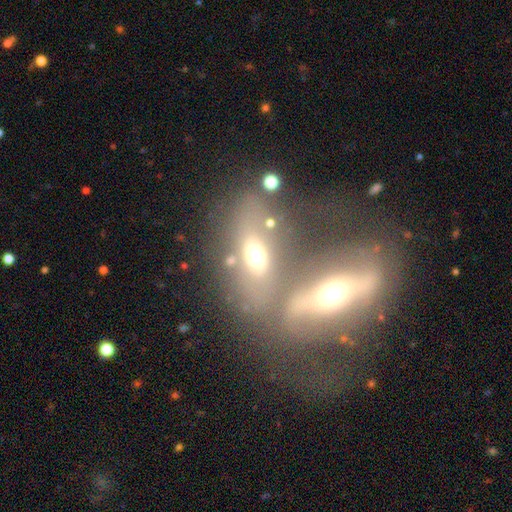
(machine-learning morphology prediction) Smooth or featured? smooth (52%)
How rounded? in between (74%)
Merging? merger (54%)